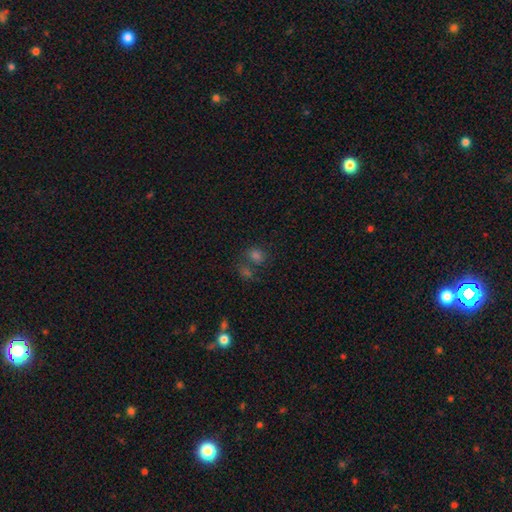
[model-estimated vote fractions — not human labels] Smooth or featured? Predicted: smooth (p=0.66). How rounded? Predicted: round (p=0.64). Merging? Predicted: none (p=0.50).